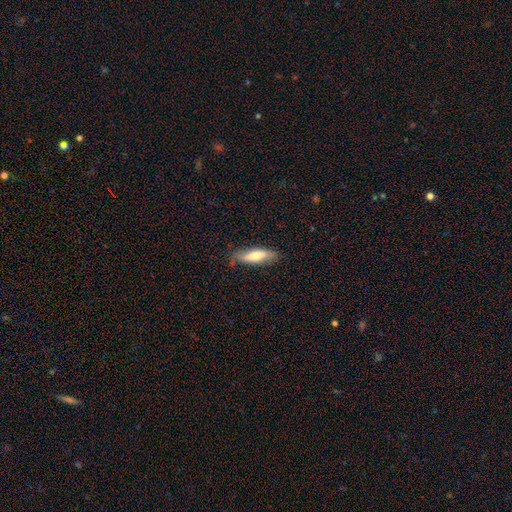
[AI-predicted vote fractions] A smooth galaxy with no disk features (62%) that is cigar-shaped (56%). Merging: none (75%).